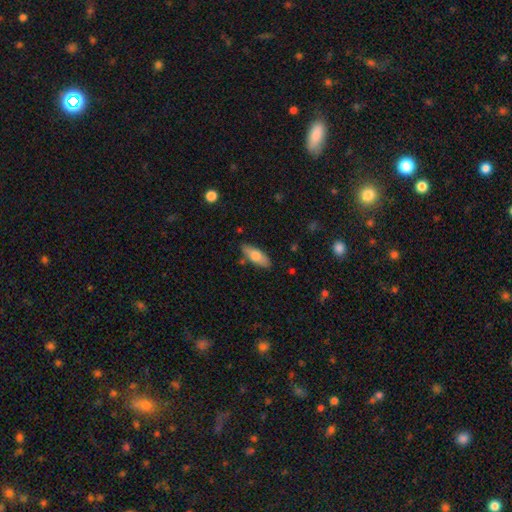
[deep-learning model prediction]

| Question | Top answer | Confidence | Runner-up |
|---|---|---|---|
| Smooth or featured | smooth | 71% | featured or disk (23%) |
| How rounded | in between | 70% | cigar-shaped (28%) |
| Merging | none | 81% | minor disturbance (13%) |